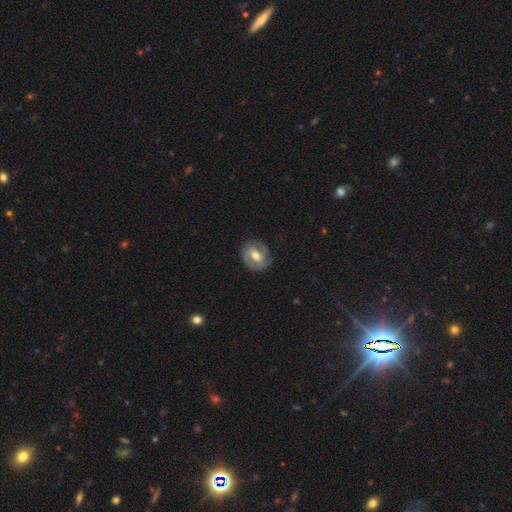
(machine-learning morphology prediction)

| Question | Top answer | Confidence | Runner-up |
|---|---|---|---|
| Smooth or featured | featured or disk | 64% | smooth (29%) |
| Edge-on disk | no | 96% | yes (4%) |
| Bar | weak | 47% | no (27%) |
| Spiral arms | yes | 75% | no (25%) |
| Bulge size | moderate | 71% | small (13%) |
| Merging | none | 80% | minor disturbance (14%) |